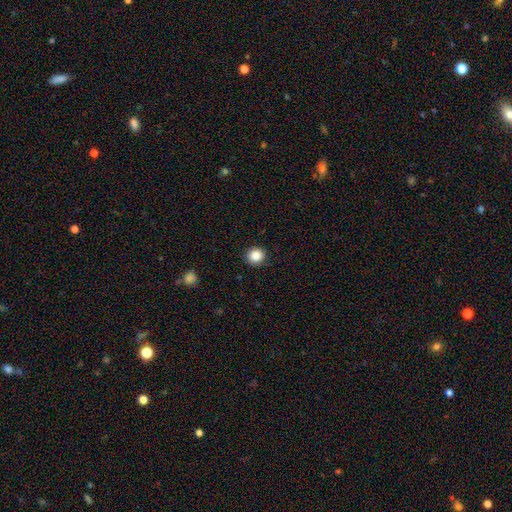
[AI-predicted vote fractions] The model was most divided on "smooth or featured": smooth: 86%, star or artifact: 10%, featured or disk: 4%. More confident: how rounded — round (90%); merging — none (89%).